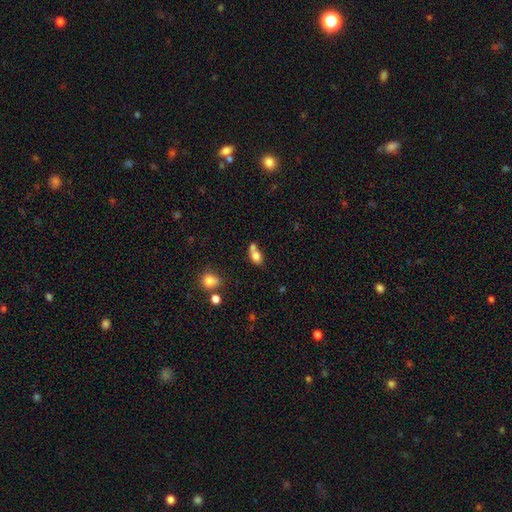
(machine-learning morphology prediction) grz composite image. It shows a smooth galaxy with no disk features (77%) that is in between round and cigar-shaped (77%). Merging: merger (46%).